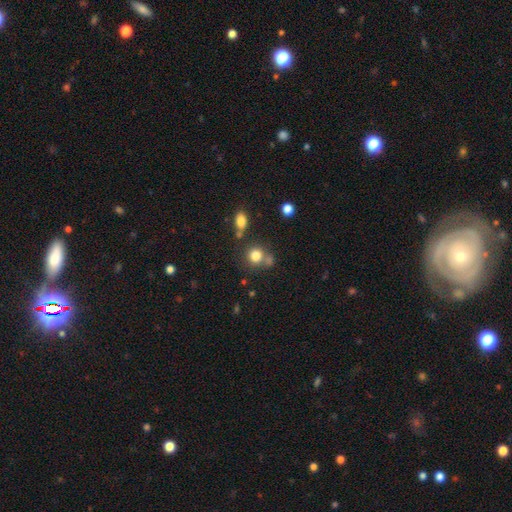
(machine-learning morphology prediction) A smooth galaxy with no disk features (80%) that is round (85%).

Vote fractions:
- Smooth or featured? smooth: 80% / star or artifact: 13% / featured or disk: 7%
- How rounded? round: 85% / in between: 14% / cigar-shaped: 1%
- Merging? none: 63% / merger: 21% / minor disturbance: 11% / major disturbance: 5%